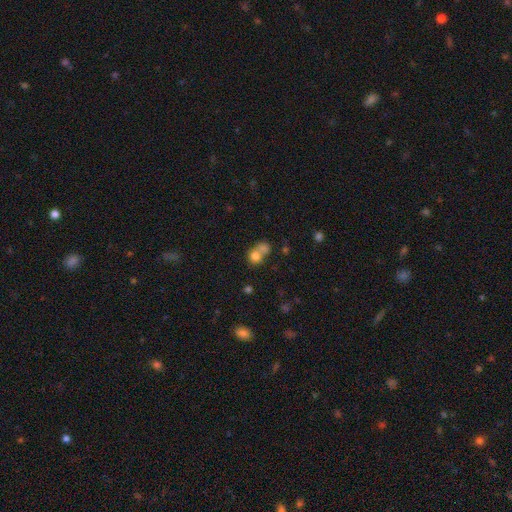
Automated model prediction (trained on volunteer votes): smooth_or_featured: smooth (p=0.75) [alt: featured or disk p=0.13]
how_rounded: round (p=0.75) [alt: in between p=0.24]
merging: merger (p=0.57) [alt: none p=0.32]